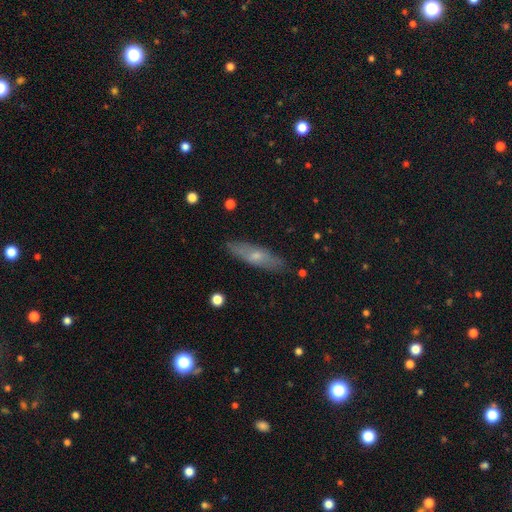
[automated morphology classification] A smooth galaxy with no disk features (52%) that is cigar-shaped (67%). Merging: none (85%).